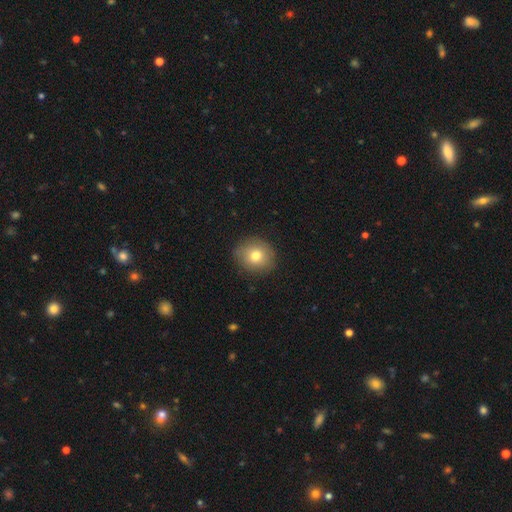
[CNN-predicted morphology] Smooth or featured: smooth — 76% (featured or disk — 14%)
How rounded: round — 79% (in between — 20%)
Merging: none — 86% (minor disturbance — 10%)